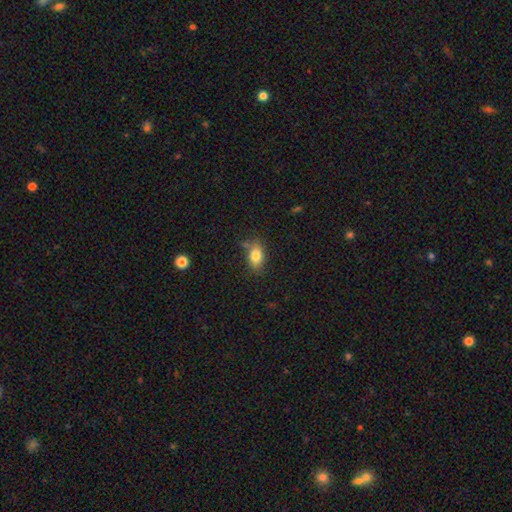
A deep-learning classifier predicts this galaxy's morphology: Overall: smooth (81%). How rounded: in between (85%). Merging: none (70%).